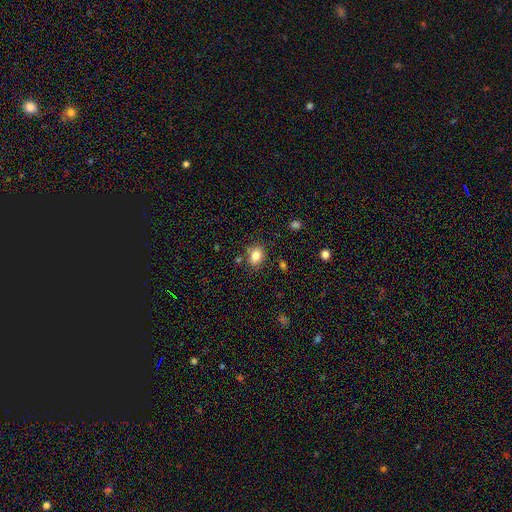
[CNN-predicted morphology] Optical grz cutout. It shows a smooth galaxy with no disk features (81%) that is in between round and cigar-shaped (65%). Merging: none (77%).